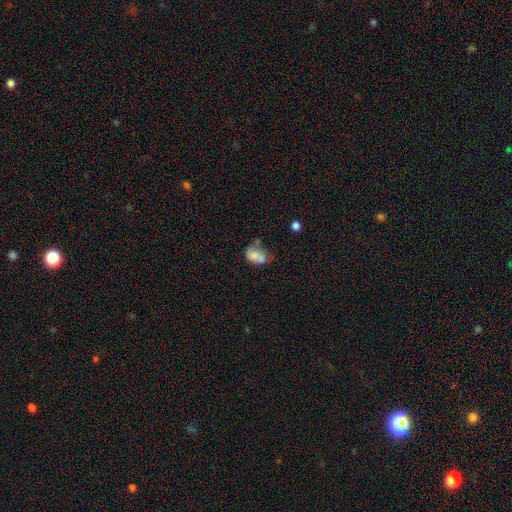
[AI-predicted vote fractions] This is likely a smooth galaxy (66%). How rounded: likely in between (80%). Merging: marginally merger (31%).